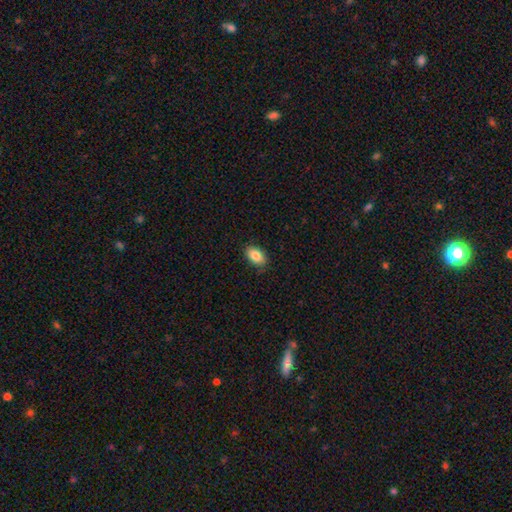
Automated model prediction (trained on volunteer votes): This is clearly a smooth galaxy (85%). How rounded: clearly in between (91%). Merging: clearly none (87%).